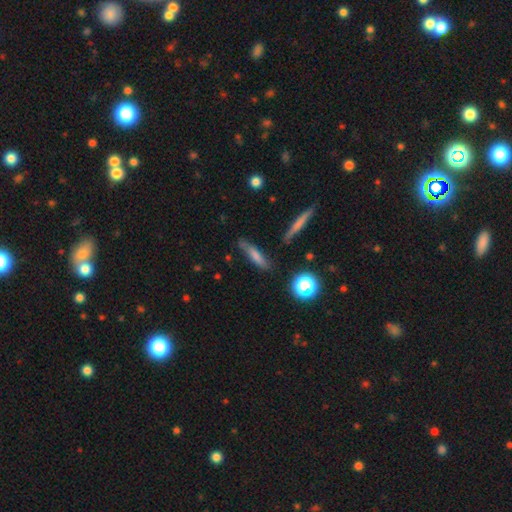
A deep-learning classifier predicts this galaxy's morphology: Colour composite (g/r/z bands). It shows a smooth galaxy with no disk features (66%) that is cigar-shaped (75%). Merging: none (70%).